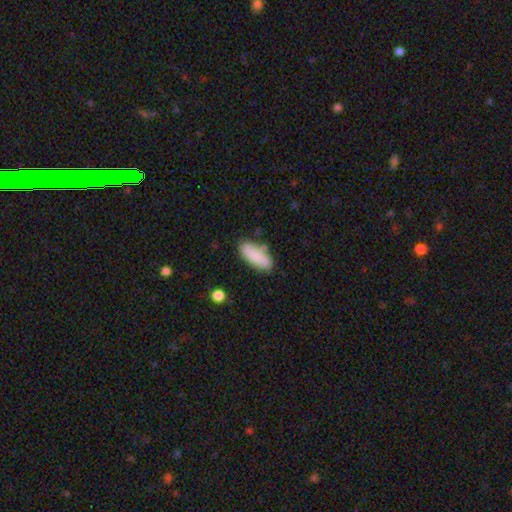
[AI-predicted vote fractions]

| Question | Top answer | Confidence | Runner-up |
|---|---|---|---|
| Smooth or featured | smooth | 85% | featured or disk (9%) |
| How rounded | in between | 72% | cigar-shaped (27%) |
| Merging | none | 71% | minor disturbance (19%) |